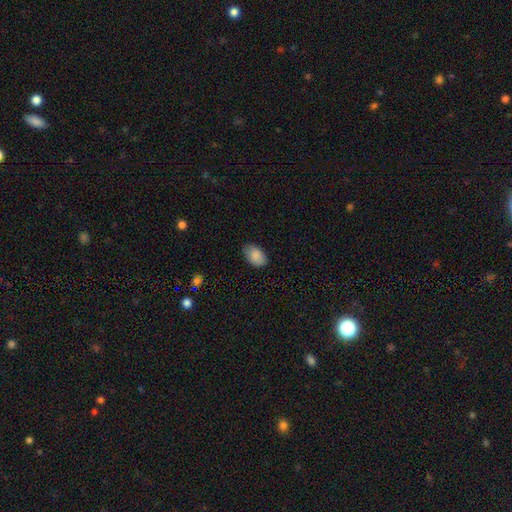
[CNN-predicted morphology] smooth-or-featured: smooth: 87% | star or artifact: 7% | featured or disk: 6%
  how-rounded: in between: 92% | round: 7% | cigar-shaped: 1%
  merging: none: 81% | minor disturbance: 15% | major disturbance: 3% | merger: 1%